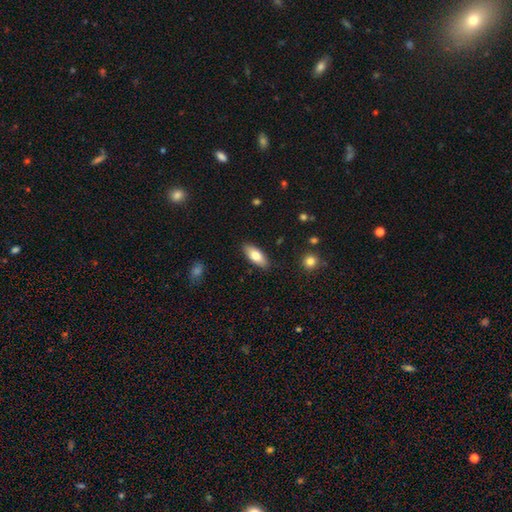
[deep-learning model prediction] smooth 78%, featured or disk 16%, star or artifact 6%. Down the decision tree: how rounded — in between (82%); merging — none (87%).